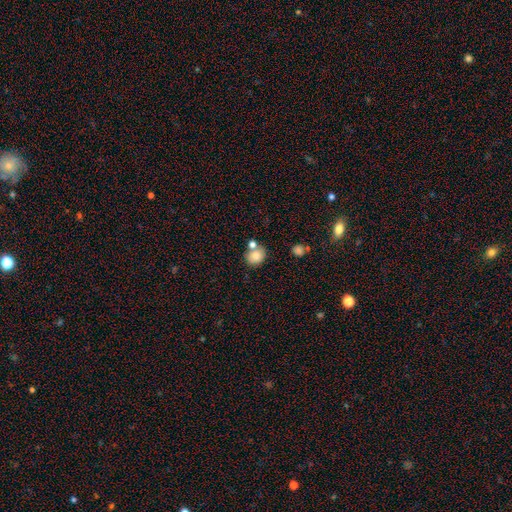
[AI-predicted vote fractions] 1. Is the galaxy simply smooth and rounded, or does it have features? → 81% smooth, 10% star or artifact, 9% featured or disk.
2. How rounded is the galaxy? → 70% round, 29% in between, 1% cigar-shaped.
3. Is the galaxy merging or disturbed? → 60% none, 23% merger, 13% minor disturbance, 4% major disturbance.